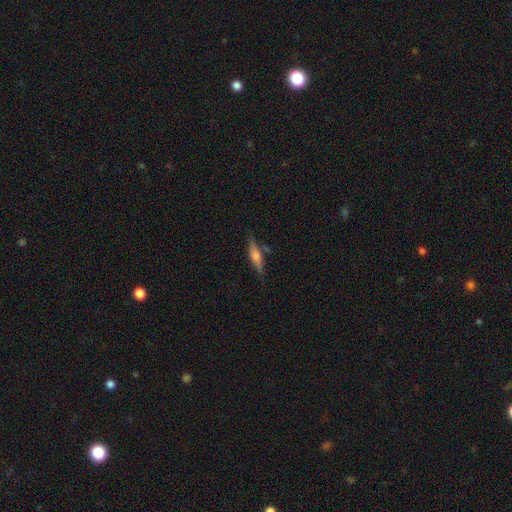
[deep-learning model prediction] This is possibly a smooth galaxy (52%). How rounded: likely cigar-shaped (73%). Merging: likely none (75%).